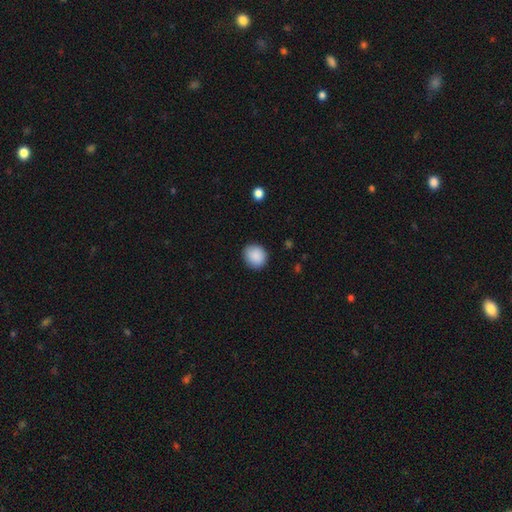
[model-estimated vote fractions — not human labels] The model was most divided on "how rounded": round: 79%, in between: 20%, cigar-shaped: 1%. More confident: smooth or featured — smooth (89%); merging — none (88%).